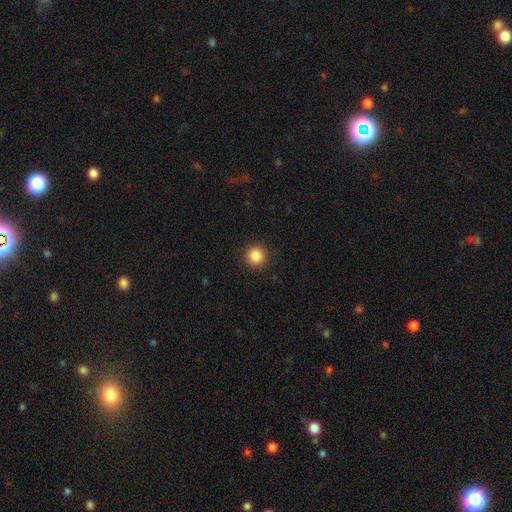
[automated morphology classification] type=smooth (86%); roundness=round (95%); merging=none (92%).